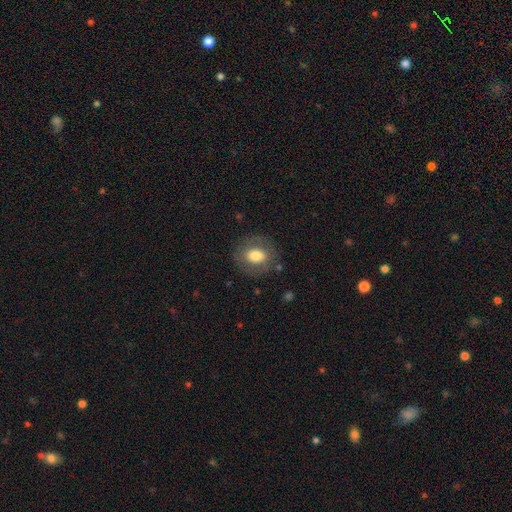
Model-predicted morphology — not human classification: Smooth or featured? smooth (69%)
How rounded? round (62%)
Merging? none (82%)